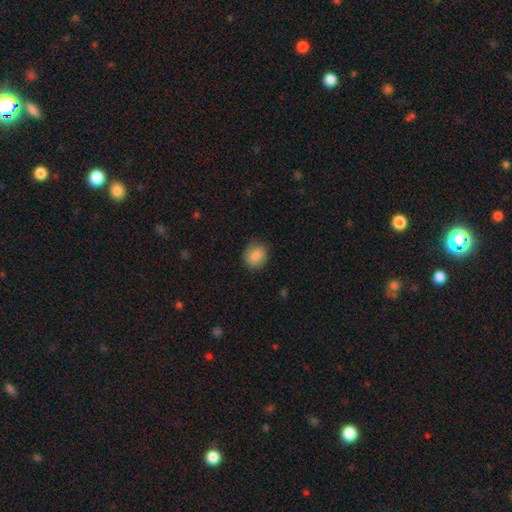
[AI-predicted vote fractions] Morphology: type=smooth (86%); roundness=round (75%); merging=none (86%).